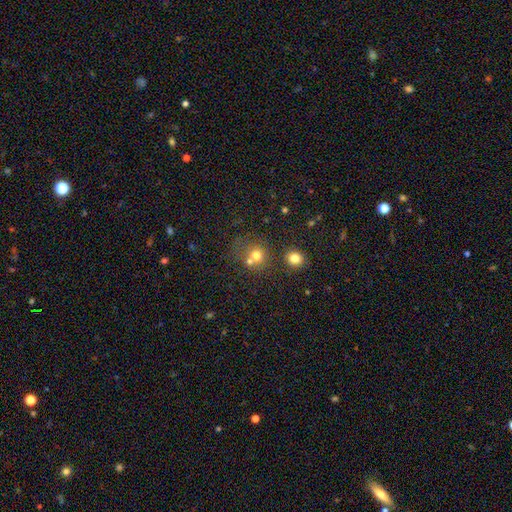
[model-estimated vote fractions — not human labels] Overall: smooth (70%). How rounded: round (85%). Merging: none (51%; merger 34%).